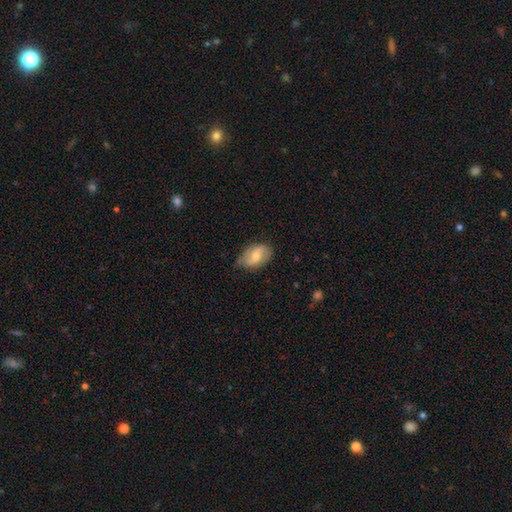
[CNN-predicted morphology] Smooth or featured: smooth — 53% (featured or disk — 40%)
How rounded: in between — 87% (round — 11%)
Merging: none — 68% (minor disturbance — 26%)